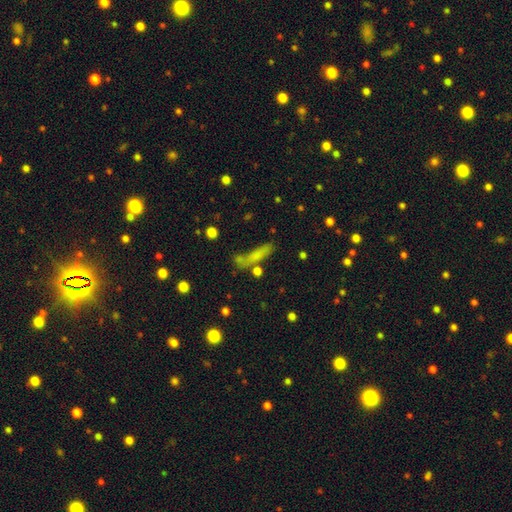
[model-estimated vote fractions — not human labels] Smooth or featured? smooth (69%)
How rounded? cigar-shaped (79%)
Merging? none (61%)